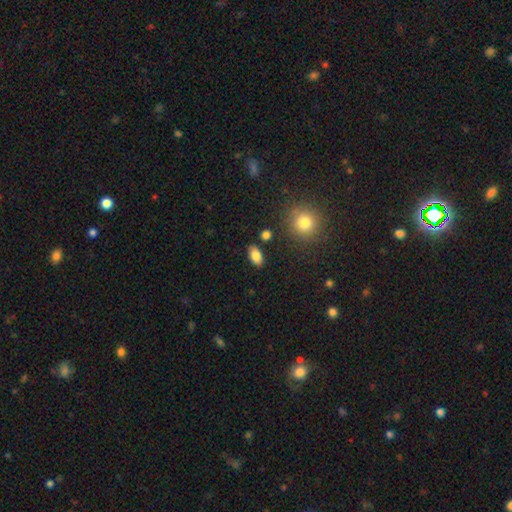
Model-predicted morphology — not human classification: smooth 83%, star or artifact 9%, featured or disk 8%. Down the decision tree: how rounded — in between (91%); merging — none (86%).